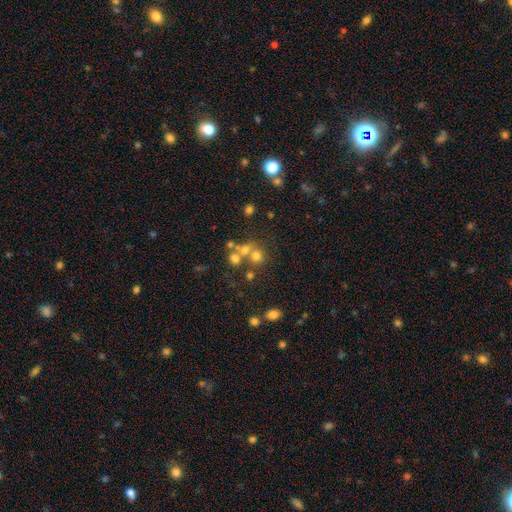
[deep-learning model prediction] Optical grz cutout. It shows a smooth galaxy with no disk features (59%) that is round (84%). Merging: none (48%).